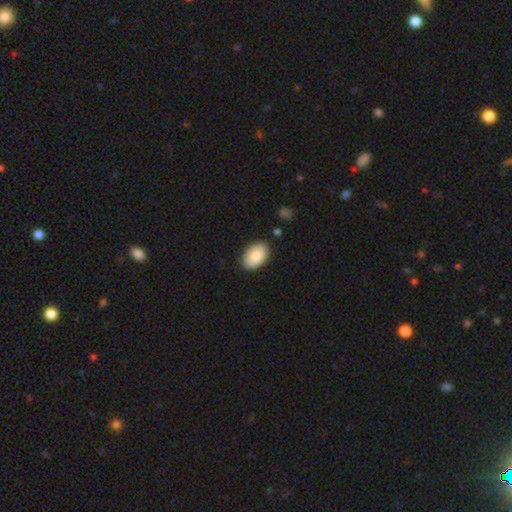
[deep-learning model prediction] smooth 84%, featured or disk 10%, star or artifact 6%. Down the decision tree: how rounded — in between (91%); merging — none (87%).